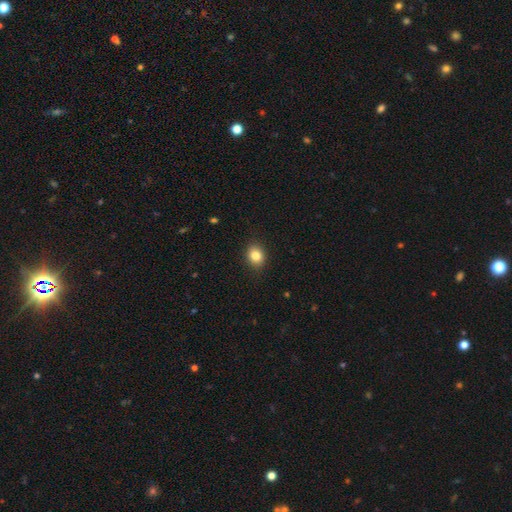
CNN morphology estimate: This appears to be a smooth galaxy with no disk features (83%) that is round (60%). Merging: none (89%).